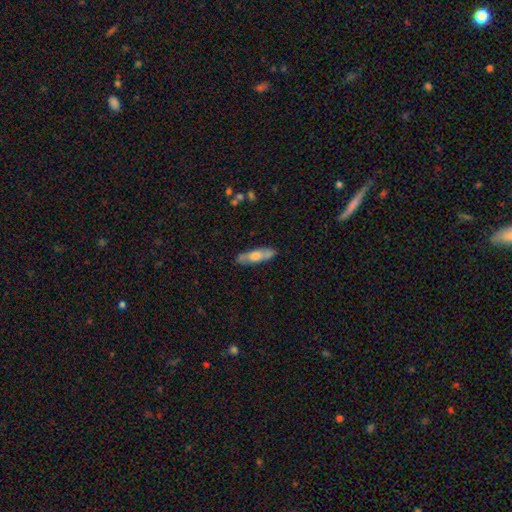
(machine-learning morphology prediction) This is possibly a smooth galaxy (52%). How rounded: likely cigar-shaped (65%). Merging: clearly none (83%).